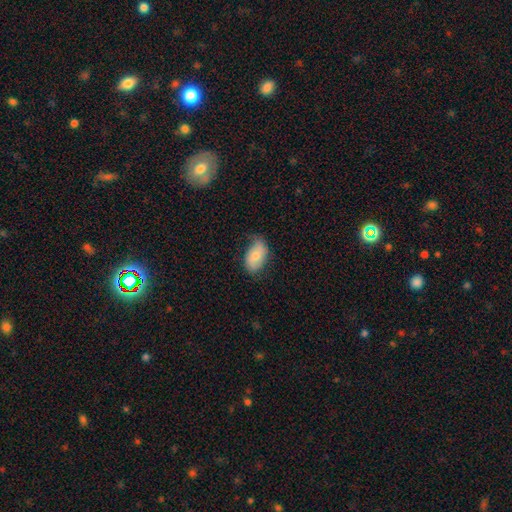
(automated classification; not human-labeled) Q: Smooth or featured?
A: smooth (71%); runner-up: featured or disk (23%)
Q: How rounded?
A: in between (92%); runner-up: round (6%)
Q: Merging?
A: none (63%); runner-up: minor disturbance (30%)